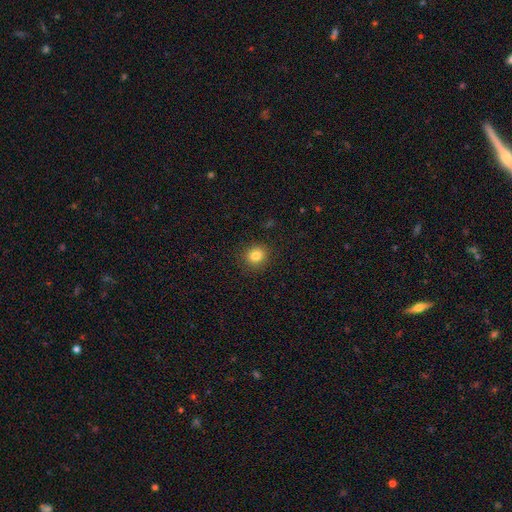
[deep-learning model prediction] The model was most divided on "how rounded": round: 81%, in between: 18%, cigar-shaped: 1%. More confident: merging — none (90%); smooth or featured — smooth (83%).